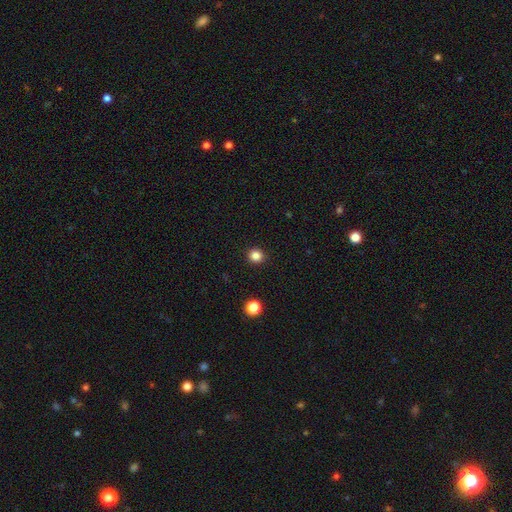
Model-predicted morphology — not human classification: type=smooth (83%); roundness=round (91%); merging=none (92%).